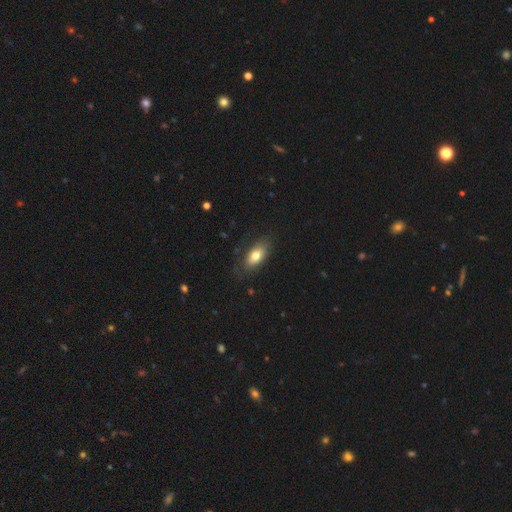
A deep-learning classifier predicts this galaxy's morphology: smooth_or_featured: smooth (p=0.75) [alt: featured or disk p=0.18]
how_rounded: in between (p=0.89) [alt: cigar-shaped p=0.07]
merging: none (p=0.76) [alt: minor disturbance p=0.18]